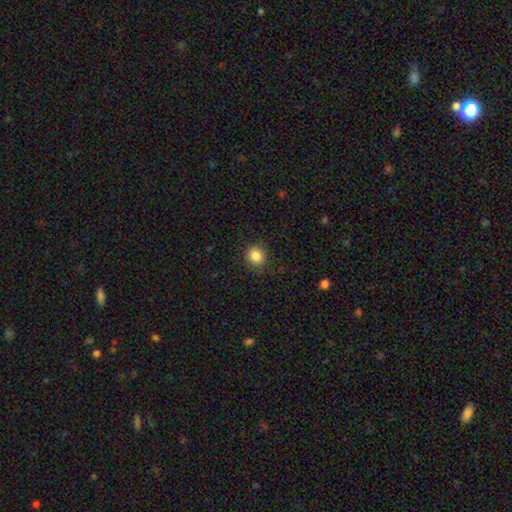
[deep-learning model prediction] The model was most divided on "how rounded": round: 83%, in between: 16%, cigar-shaped: 1%. More confident: merging — none (89%); smooth or featured — smooth (85%).